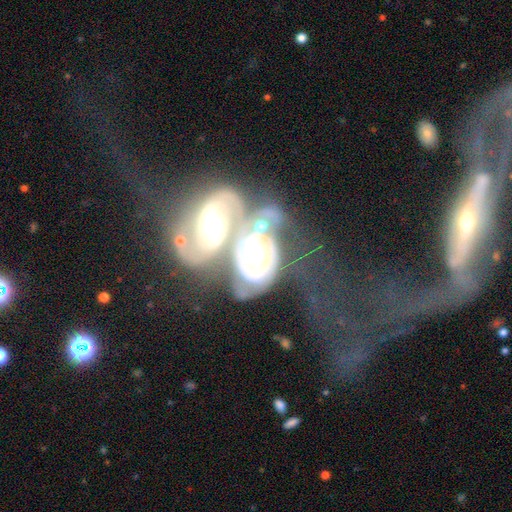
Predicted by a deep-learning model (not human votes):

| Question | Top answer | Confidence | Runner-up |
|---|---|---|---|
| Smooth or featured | featured or disk | 83% | smooth (9%) |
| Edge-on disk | no | 95% | yes (5%) |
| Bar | no | 36% | strong (33%) |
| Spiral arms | yes | 82% | no (18%) |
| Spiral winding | tight | 45% | medium (35%) |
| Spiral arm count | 2 | 63% | can't tell (22%) |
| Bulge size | moderate | 56% | large (30%) |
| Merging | merger | 70% | major disturbance (14%) |